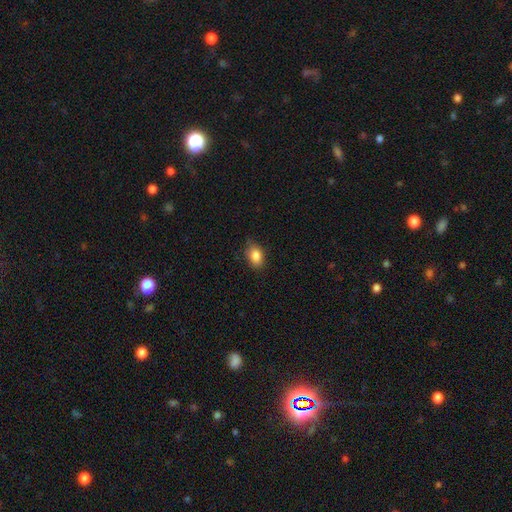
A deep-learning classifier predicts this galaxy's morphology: smooth 86%, star or artifact 8%, featured or disk 6%. Down the decision tree: how rounded — in between (81%); merging — none (80%).